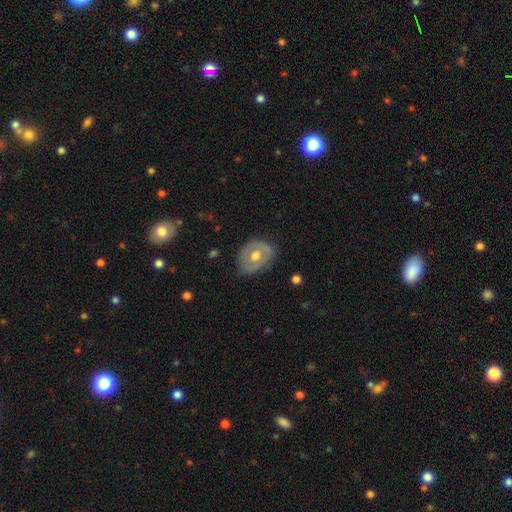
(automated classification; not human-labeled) Q: Smooth or featured?
A: featured or disk (53%); runner-up: smooth (40%)
Q: Edge-on disk?
A: no (94%); runner-up: yes (6%)
Q: Bar?
A: no (75%); runner-up: weak (20%)
Q: Spiral arms?
A: no (72%); runner-up: yes (28%)
Q: Bulge size?
A: moderate (76%); runner-up: large (14%)
Q: Merging?
A: none (75%); runner-up: minor disturbance (19%)